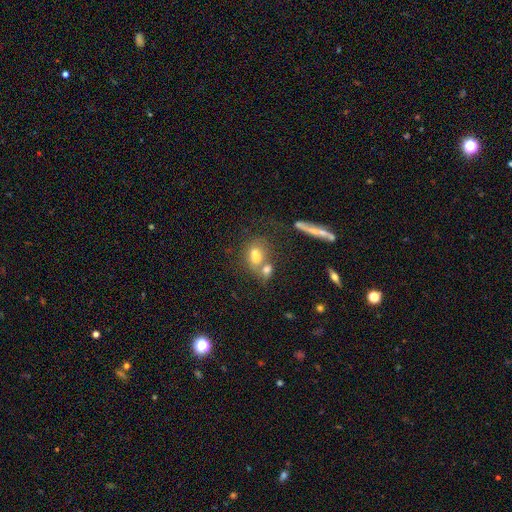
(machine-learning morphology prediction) smooth_or_featured: smooth (p=0.66) [alt: featured or disk p=0.21]
how_rounded: in between (p=0.63) [alt: round p=0.32]
merging: merger (p=0.53) [alt: none p=0.29]